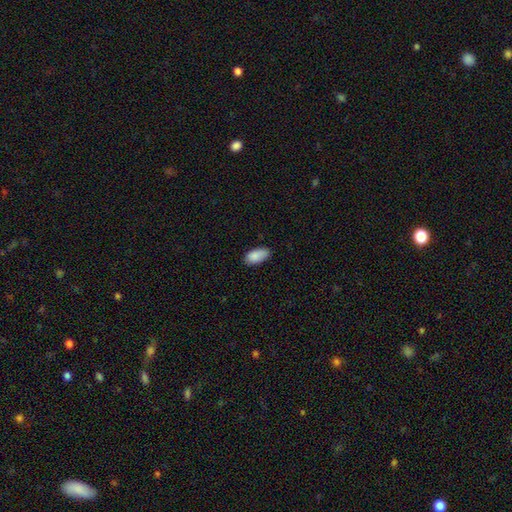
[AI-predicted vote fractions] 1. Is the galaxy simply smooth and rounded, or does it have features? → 89% smooth, 7% star or artifact, 5% featured or disk.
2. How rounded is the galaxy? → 94% in between, 4% cigar-shaped, 2% round.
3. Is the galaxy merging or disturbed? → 79% none, 17% minor disturbance, 3% major disturbance, 1% merger.